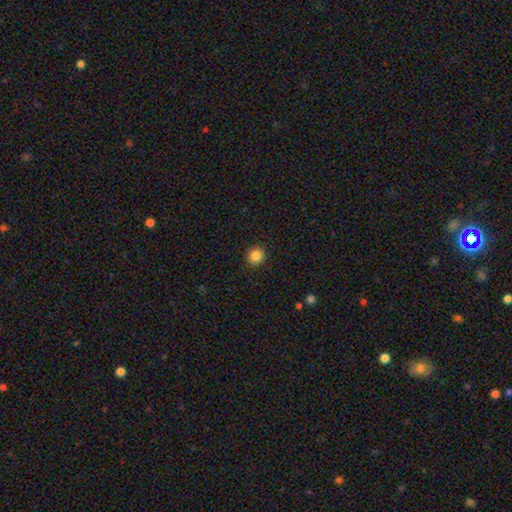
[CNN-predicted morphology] Smooth or featured: smooth — 85% (star or artifact — 11%)
How rounded: round — 93% (in between — 6%)
Merging: none — 92% (minor disturbance — 5%)